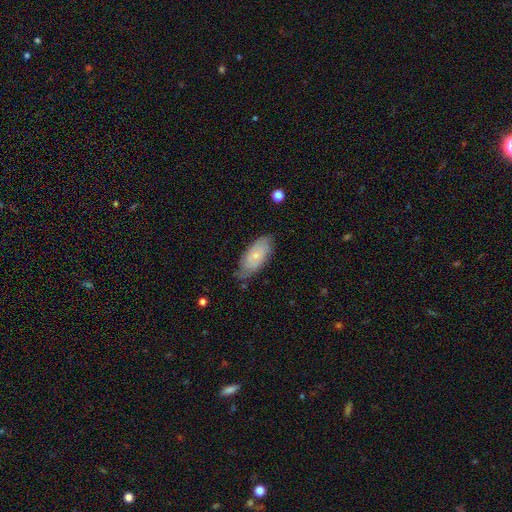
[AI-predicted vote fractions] A smooth galaxy with no disk features (55%) that is in between round and cigar-shaped (87%). Merging: none (66%).